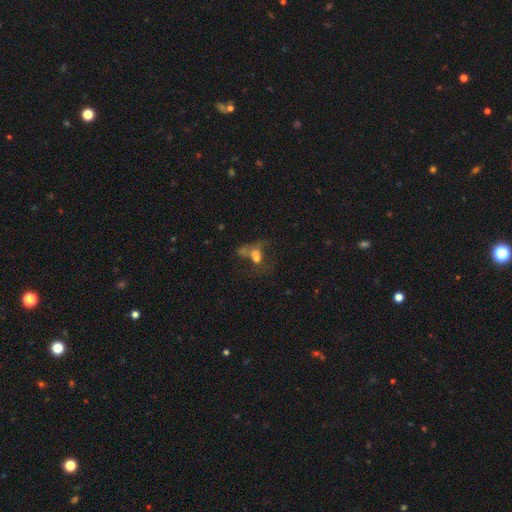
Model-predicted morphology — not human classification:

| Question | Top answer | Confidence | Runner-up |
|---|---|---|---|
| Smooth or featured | smooth | 45% | featured or disk (35%) |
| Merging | merger | 55% | none (20%) |